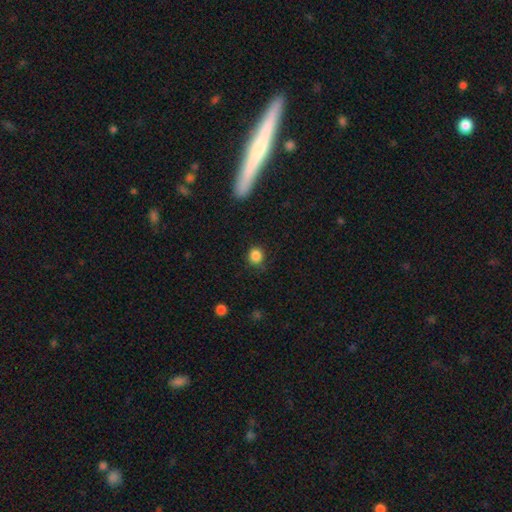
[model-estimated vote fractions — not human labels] smooth 86%, star or artifact 11%, featured or disk 4%. Down the decision tree: how rounded — round (82%); merging — none (79%).